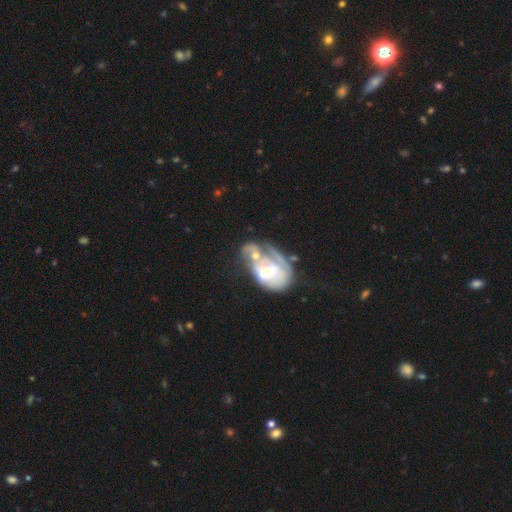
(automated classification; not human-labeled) Smooth or featured: featured or disk — 63% (smooth — 29%)
Edge-on disk: no — 97% (yes — 3%)
Bar: no — 60% (weak — 30%)
Spiral arms: no — 51% (yes — 49%)
Bulge size: moderate — 46% (small — 31%)
Merging: merger — 48% (major disturbance — 26%)